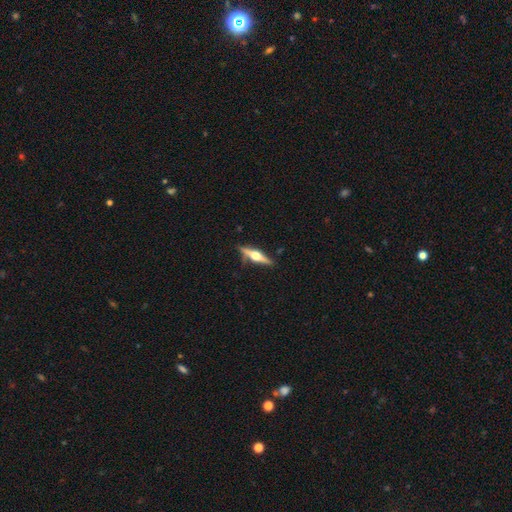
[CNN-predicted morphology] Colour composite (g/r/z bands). It shows a featured or disk galaxy (72%) viewed edge-on (97%) with a rounded central bulge (96%). Merging: none (84%).